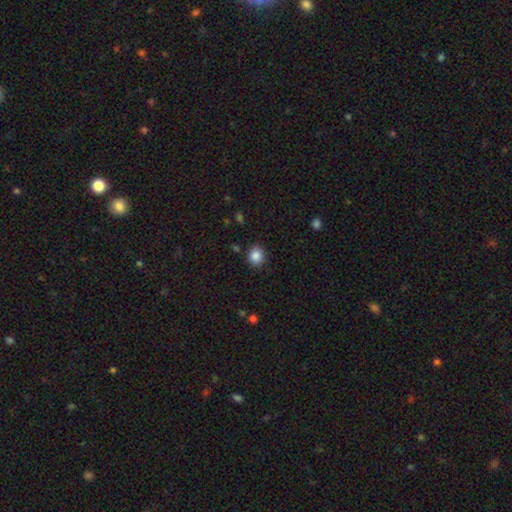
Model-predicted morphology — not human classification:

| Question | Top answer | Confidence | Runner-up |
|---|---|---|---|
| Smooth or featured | smooth | 86% | star or artifact (10%) |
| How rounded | round | 76% | in between (23%) |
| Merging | none | 87% | minor disturbance (9%) |